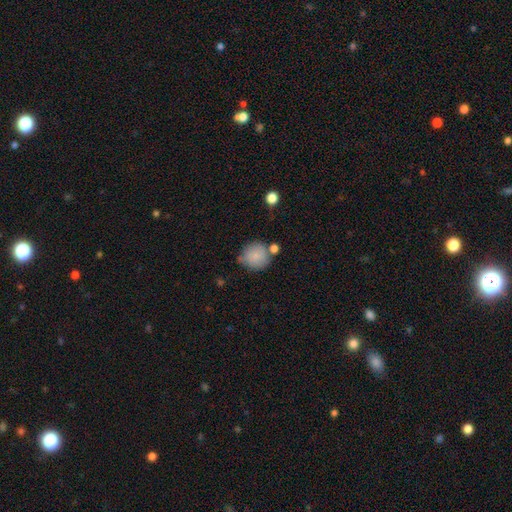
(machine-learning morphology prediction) A smooth galaxy with no disk features (83%) that is round (89%).

Vote fractions:
- Smooth or featured? smooth: 83% / featured or disk: 10% / star or artifact: 8%
- How rounded? round: 89% / in between: 10% / cigar-shaped: 1%
- Merging? none: 62% / minor disturbance: 19% / merger: 14% / major disturbance: 5%